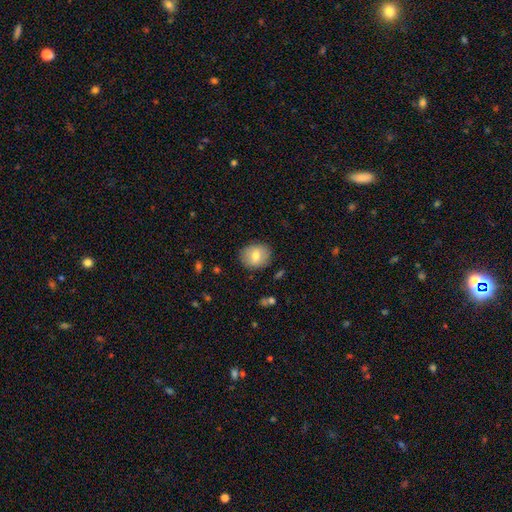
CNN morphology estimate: Smooth or featured? smooth (73%)
How rounded? round (65%)
Merging? none (86%)